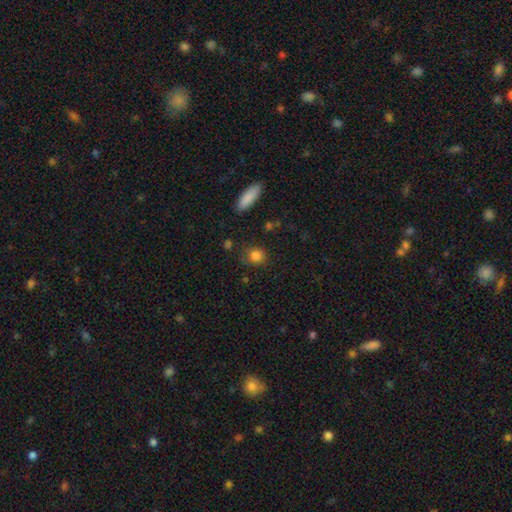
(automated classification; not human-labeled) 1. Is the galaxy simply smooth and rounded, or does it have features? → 84% smooth, 10% star or artifact, 5% featured or disk.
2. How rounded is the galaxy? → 79% round, 19% in between, 2% cigar-shaped.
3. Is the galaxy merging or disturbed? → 80% none, 13% minor disturbance, 4% major disturbance, 3% merger.